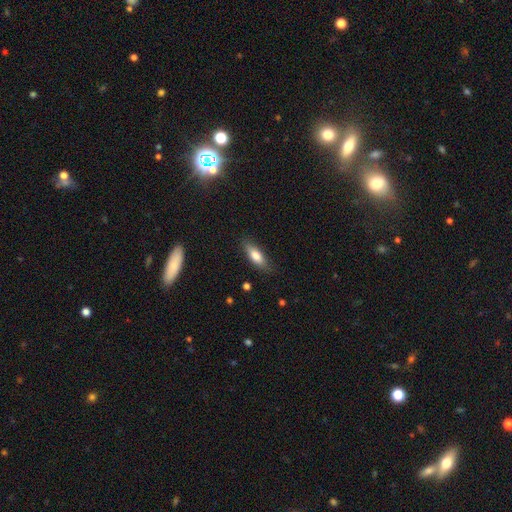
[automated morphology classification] Overall: smooth (76%). How rounded: in between (60%; cigar-shaped 37%). Merging: none (81%).